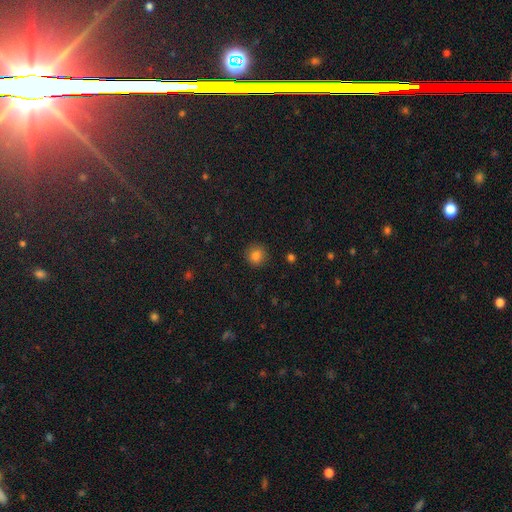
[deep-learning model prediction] Smooth or featured? smooth (83%)
How rounded? round (90%)
Merging? none (89%)